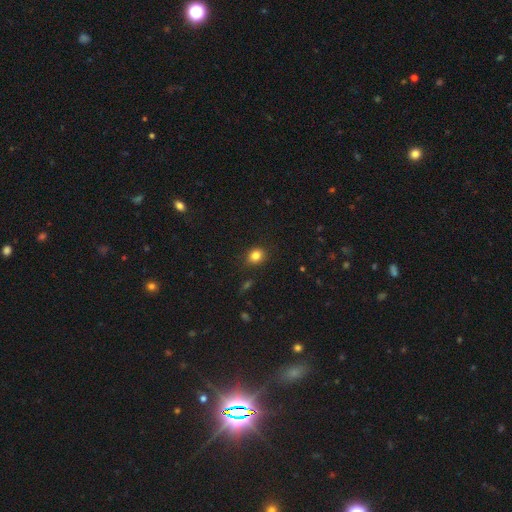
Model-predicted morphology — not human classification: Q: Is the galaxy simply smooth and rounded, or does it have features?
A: smooth — 83%.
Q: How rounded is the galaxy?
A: round — 58%.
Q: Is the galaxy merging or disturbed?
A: none — 86%.